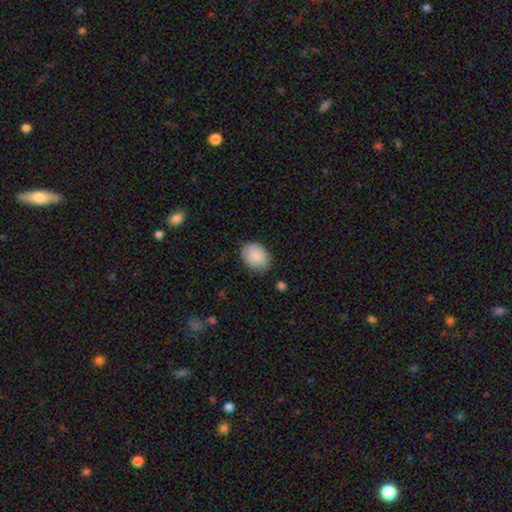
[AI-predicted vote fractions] Overall: smooth (87%). How rounded: in between (61%; round 38%). Merging: none (76%).